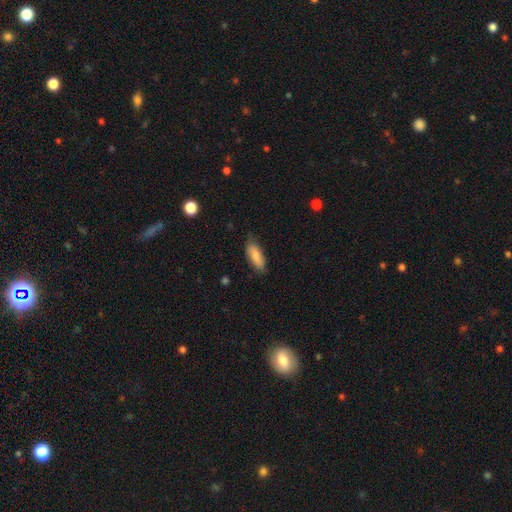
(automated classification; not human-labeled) A smooth galaxy with no disk features (82%) that is in between round and cigar-shaped (72%). Merging: none (70%).